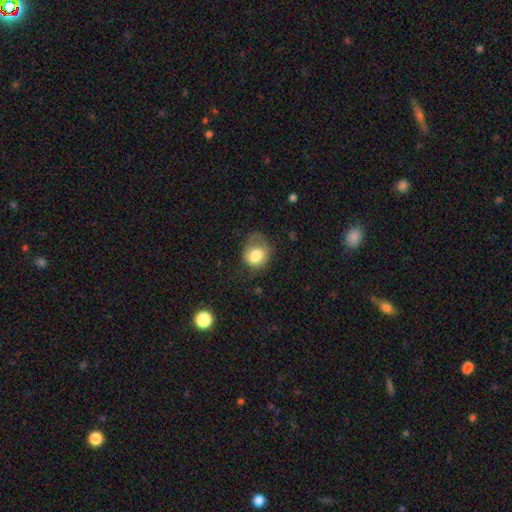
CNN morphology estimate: Smooth or featured: smooth — 77% (featured or disk — 15%)
How rounded: round — 60% (in between — 39%)
Merging: none — 35% (minor disturbance — 32%)